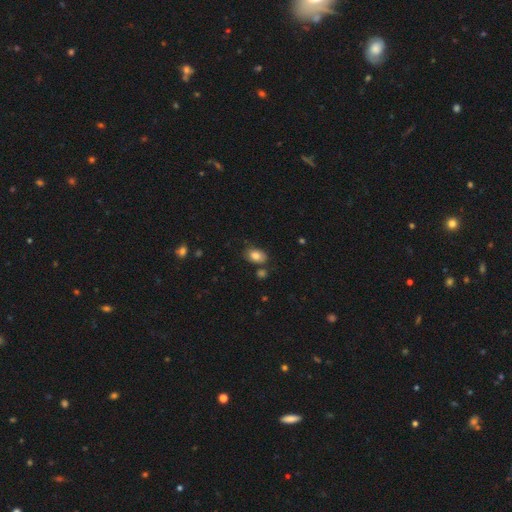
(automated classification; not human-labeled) Smooth or featured: smooth — 83% (star or artifact — 9%)
How rounded: in between — 83% (round — 16%)
Merging: none — 75% (minor disturbance — 15%)